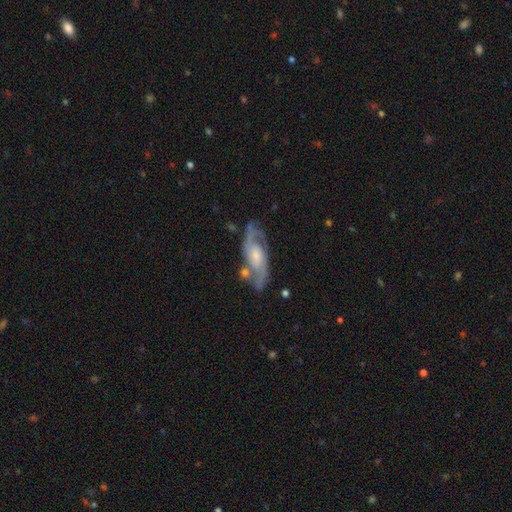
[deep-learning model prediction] Smooth or featured: featured or disk — 86% (smooth — 9%)
Edge-on disk: no — 92% (yes — 8%)
Bar: no — 54% (weak — 36%)
Spiral arms: yes — 96% (no — 4%)
Spiral winding: medium — 53% (tight — 27%)
Spiral arm count: 2 — 86% (can't tell — 6%)
Bulge size: small — 48% (moderate — 39%)
Merging: none — 72% (minor disturbance — 16%)